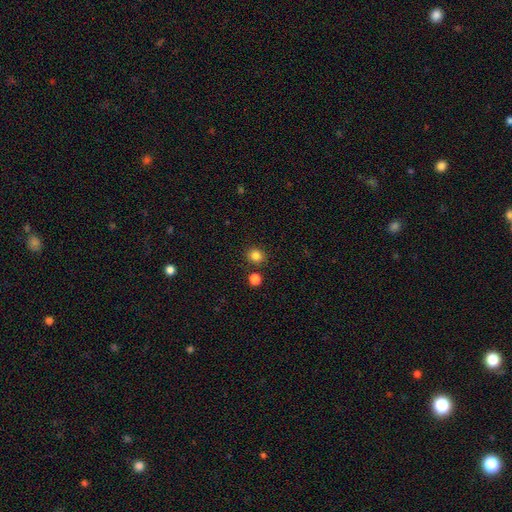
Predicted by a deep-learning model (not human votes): Smooth or featured?
  - smooth: 83% *
  - star or artifact: 12%
  - featured or disk: 5%
How rounded?
  - round: 84% *
  - in between: 16%
  - cigar-shaped: 1%
Merging?
  - none: 85% *
  - minor disturbance: 7%
  - merger: 6%
  - major disturbance: 2%